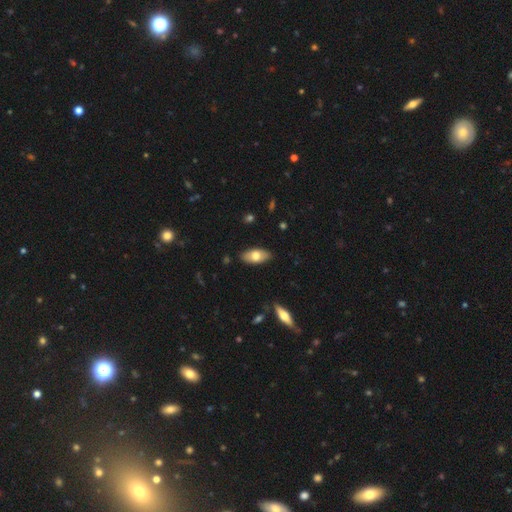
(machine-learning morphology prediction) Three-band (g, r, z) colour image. It shows a smooth galaxy with no disk features (70%) that is in between round and cigar-shaped (90%). Merging: none (87%).